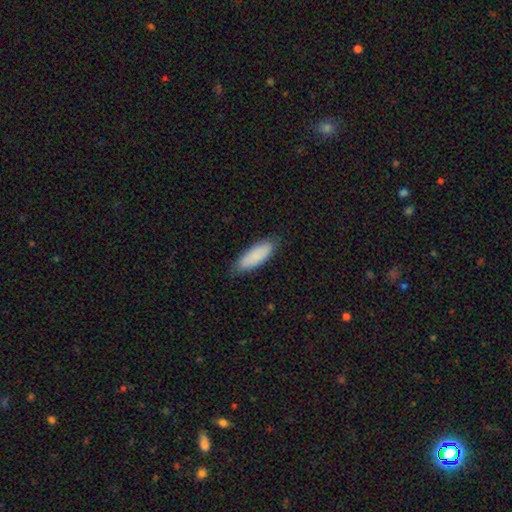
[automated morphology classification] A smooth galaxy with no disk features (88%) that is in between round and cigar-shaped (61%).

Vote fractions:
- Smooth or featured? smooth: 88% / featured or disk: 7% / star or artifact: 6%
- How rounded? in between: 61% / cigar-shaped: 37% / round: 2%
- Merging? none: 81% / minor disturbance: 15% / major disturbance: 2% / merger: 1%